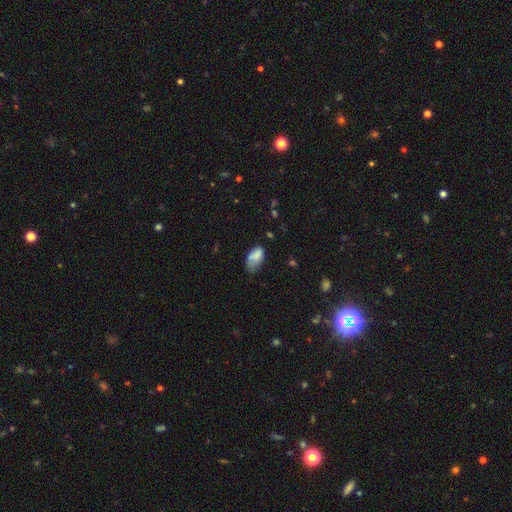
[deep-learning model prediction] The model was most divided on "merging": minor disturbance: 40%, none: 35%, major disturbance: 19%, merger: 6%. More confident: how rounded — in between (92%); smooth or featured — smooth (76%).